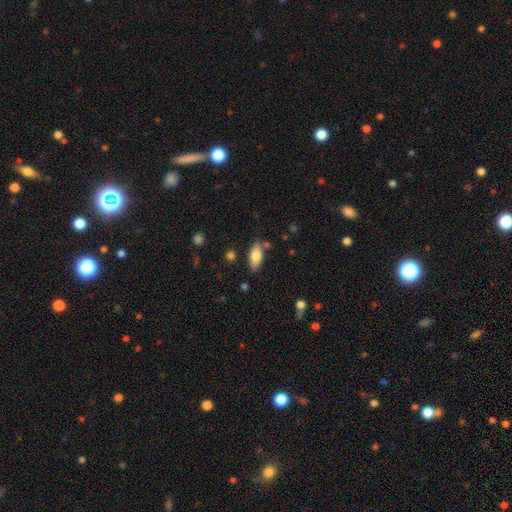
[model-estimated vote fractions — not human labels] Smooth or featured? smooth (81%)
How rounded? in between (88%)
Merging? none (78%)